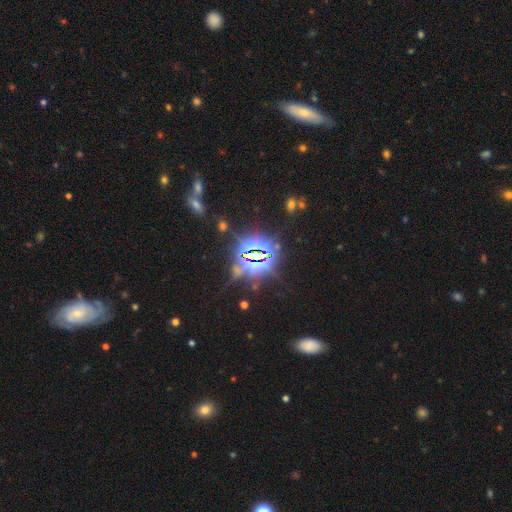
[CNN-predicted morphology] type=star or artifact (79%).